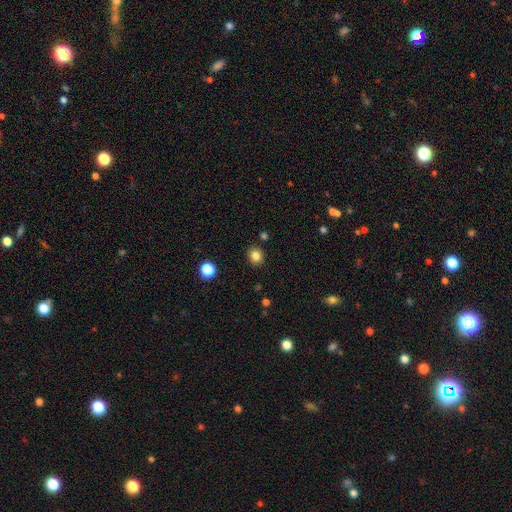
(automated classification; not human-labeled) Smooth or featured?
  - smooth: 82% *
  - star or artifact: 12%
  - featured or disk: 6%
How rounded?
  - round: 76% *
  - in between: 23%
  - cigar-shaped: 1%
Merging?
  - none: 89% *
  - minor disturbance: 7%
  - merger: 2%
  - major disturbance: 2%